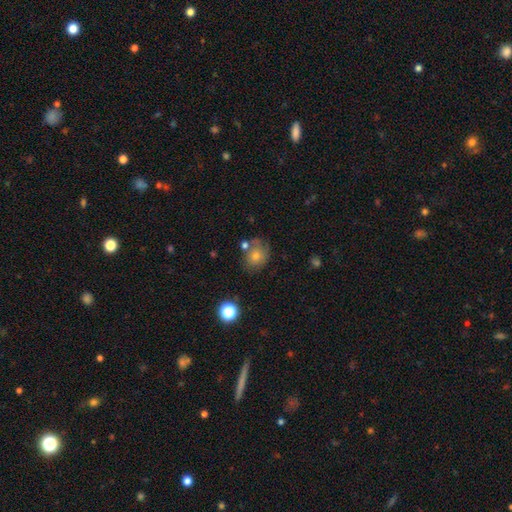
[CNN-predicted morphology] Smooth or featured? Predicted: smooth (p=0.64). How rounded? Predicted: round (p=0.64). Merging? Predicted: none (p=0.61).